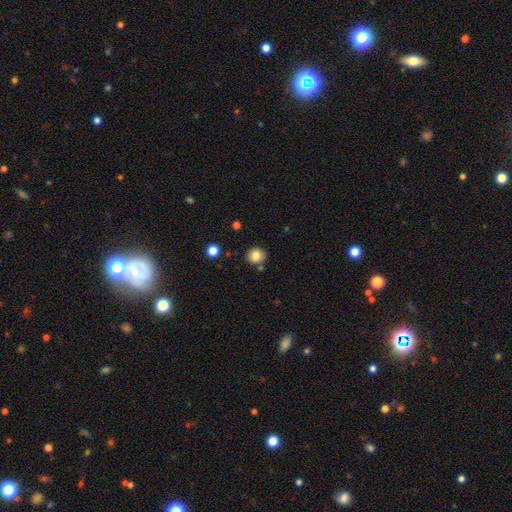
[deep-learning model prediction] smooth-or-featured: smooth: 83% | star or artifact: 10% | featured or disk: 7%
  how-rounded: round: 83% | in between: 16% | cigar-shaped: 1%
  merging: none: 83% | minor disturbance: 10% | merger: 5% | major disturbance: 2%